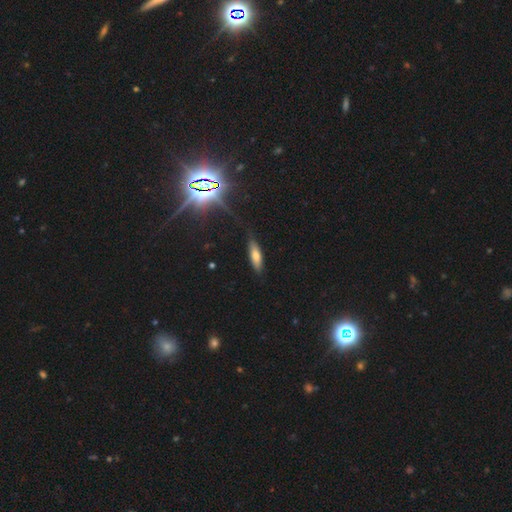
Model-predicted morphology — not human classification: type=smooth (69%); roundness=cigar-shaped (53%); merging=none (81%).